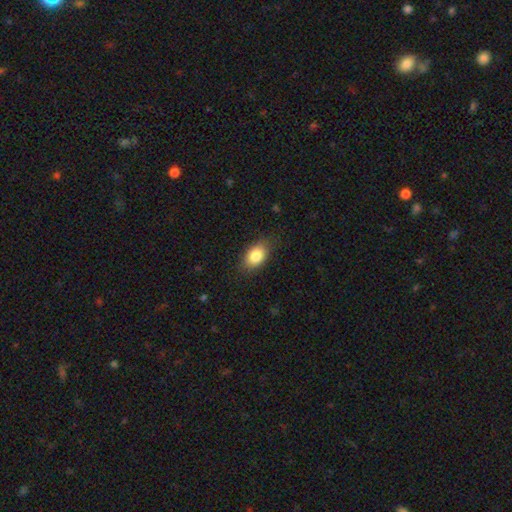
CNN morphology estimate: smooth_or_featured: smooth (p=0.85) [alt: star or artifact p=0.08]
how_rounded: in between (p=0.86) [alt: round p=0.12]
merging: none (p=0.82) [alt: minor disturbance p=0.14]